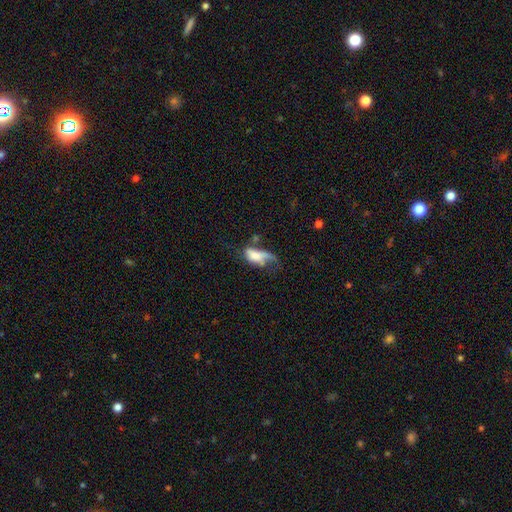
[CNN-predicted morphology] Smooth or featured?
  - smooth: 55% *
  - featured or disk: 35%
  - star or artifact: 10%
How rounded?
  - in between: 82% *
  - cigar-shaped: 12%
  - round: 6%
Merging?
  - major disturbance: 46% *
  - none: 19%
  - merger: 18%
  - minor disturbance: 17%